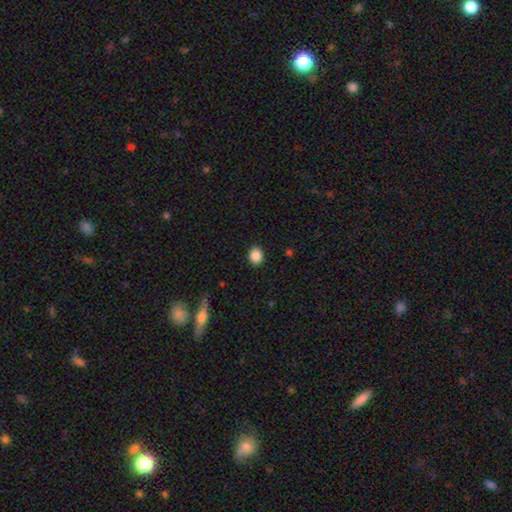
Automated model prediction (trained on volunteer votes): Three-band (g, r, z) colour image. It shows a smooth galaxy with no disk features (88%) that is round (61%). Merging: none (89%).